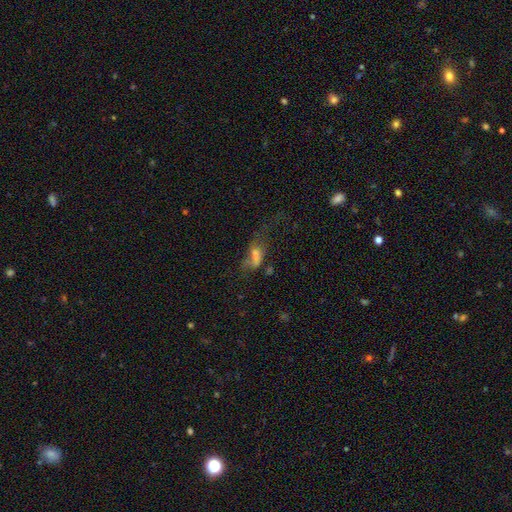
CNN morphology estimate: Smooth or featured? Predicted: smooth (p=0.53). How rounded? Predicted: in between (p=0.79). Merging? Predicted: major disturbance (p=0.49).